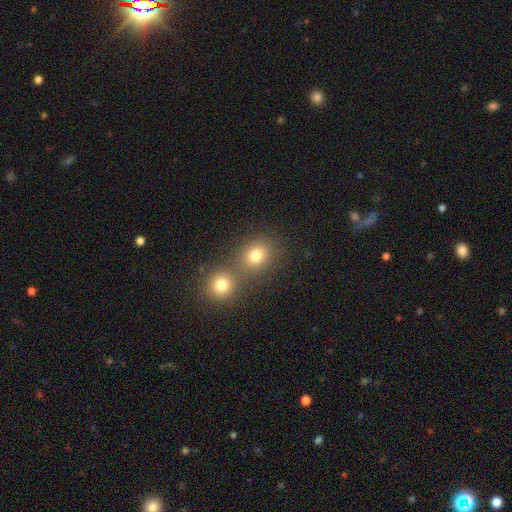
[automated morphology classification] Q: Smooth or featured?
A: smooth (78%); runner-up: star or artifact (14%)
Q: How rounded?
A: round (74%); runner-up: in between (25%)
Q: Merging?
A: none (53%); runner-up: merger (37%)